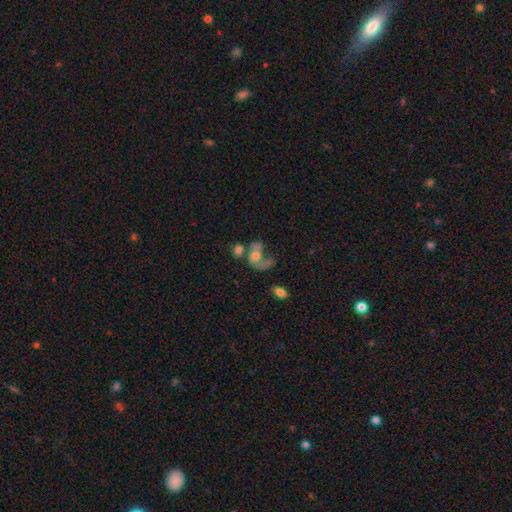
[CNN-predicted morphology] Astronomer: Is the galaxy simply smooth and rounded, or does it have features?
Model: featured or disk — 52% (runner-up: smooth, 37%).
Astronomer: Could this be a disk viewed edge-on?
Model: no — 97%.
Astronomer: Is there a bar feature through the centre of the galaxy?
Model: no — 78%.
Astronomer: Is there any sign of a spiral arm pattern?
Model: yes — 63%.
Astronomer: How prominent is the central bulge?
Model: moderate — 55%.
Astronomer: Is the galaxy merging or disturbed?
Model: merger — 40% (runner-up: major disturbance, 28%).